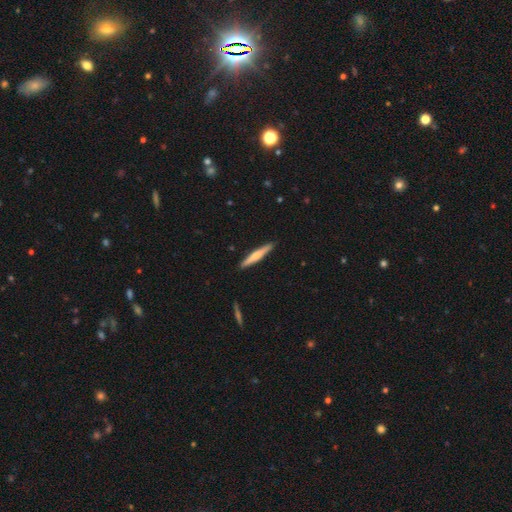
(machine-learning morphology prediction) This is possibly a smooth galaxy (50%). How rounded: clearly cigar-shaped (94%). Merging: clearly none (91%).